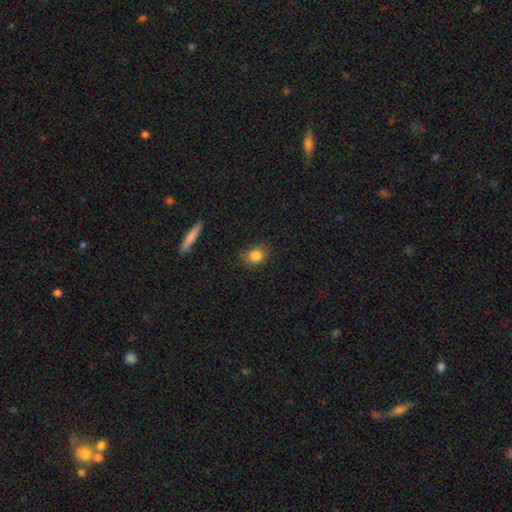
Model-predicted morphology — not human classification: type=smooth (85%); roundness=round (67%); merging=none (82%).